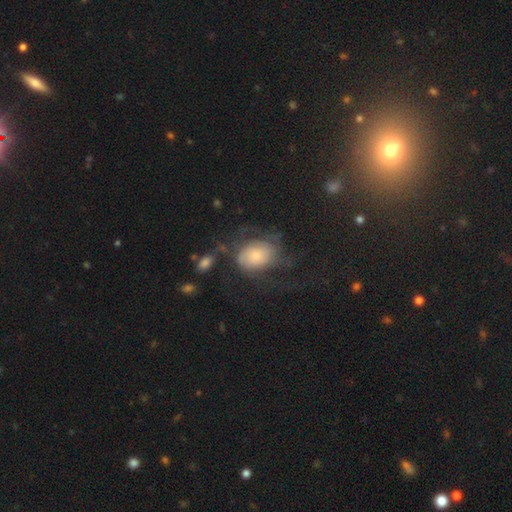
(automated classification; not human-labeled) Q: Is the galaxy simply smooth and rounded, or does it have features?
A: featured or disk — 52%.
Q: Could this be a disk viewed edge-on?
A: no — 96%.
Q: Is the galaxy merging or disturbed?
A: none — 41%.